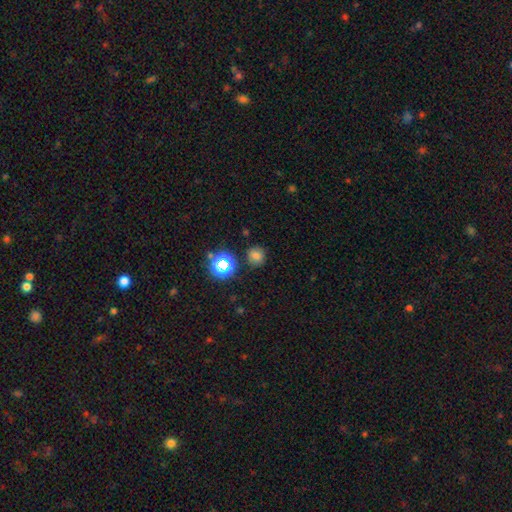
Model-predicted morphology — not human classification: Smooth or featured: smooth — 71% (star or artifact — 23%)
How rounded: round — 86% (in between — 13%)
Merging: none — 84% (minor disturbance — 9%)